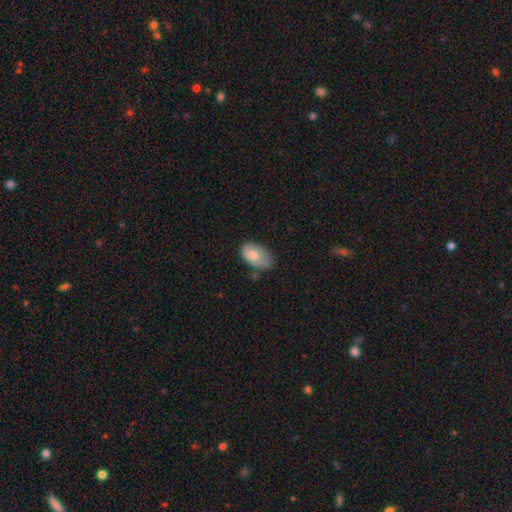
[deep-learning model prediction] Morphology: type=smooth (72%); roundness=in between (91%); merging=none (68%).